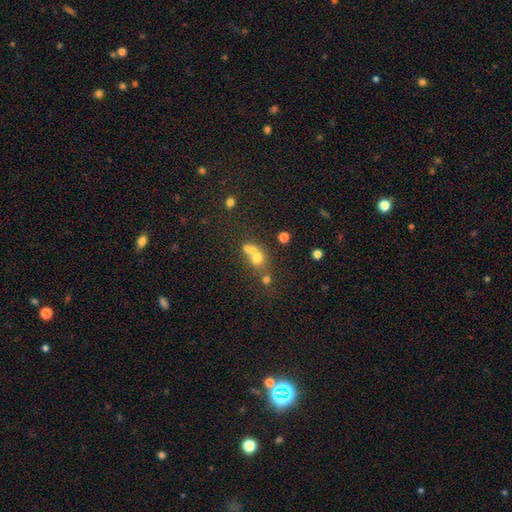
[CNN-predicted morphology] The model was most divided on "merging": merger: 53%, none: 31%, minor disturbance: 9%, major disturbance: 7%. More confident: smooth or featured — smooth (66%); how rounded — round (63%).